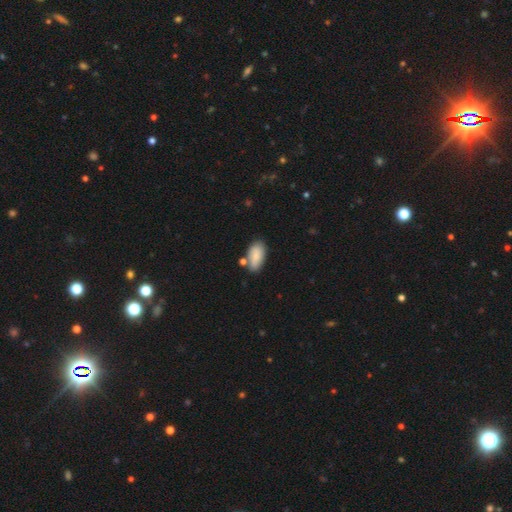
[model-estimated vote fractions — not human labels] A smooth galaxy with no disk features (85%) that is in between round and cigar-shaped (91%). Merging: none (64%).